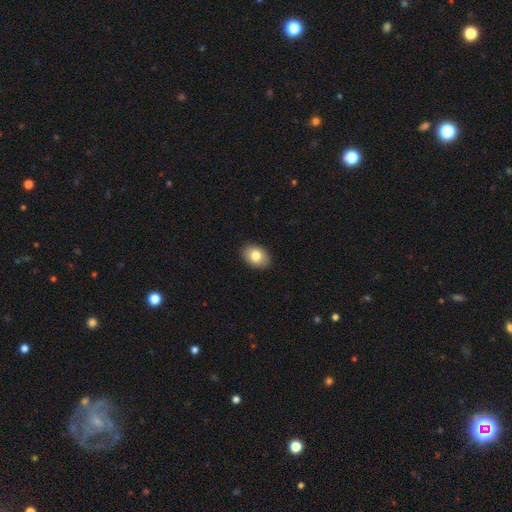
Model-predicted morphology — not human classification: smooth_or_featured: smooth (p=0.82) [alt: featured or disk p=0.11]
how_rounded: in between (p=0.78) [alt: round p=0.21]
merging: none (p=0.90) [alt: minor disturbance p=0.07]